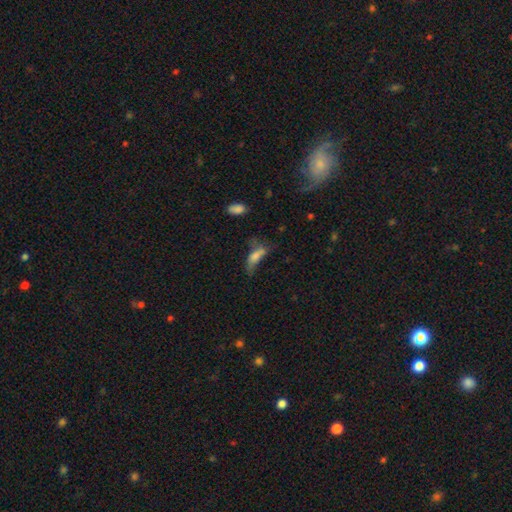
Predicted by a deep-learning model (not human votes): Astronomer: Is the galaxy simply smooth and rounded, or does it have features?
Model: smooth — 63%.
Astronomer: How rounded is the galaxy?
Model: in between — 63%.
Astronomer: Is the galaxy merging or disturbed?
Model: major disturbance — 35% (runner-up: none, 29%).